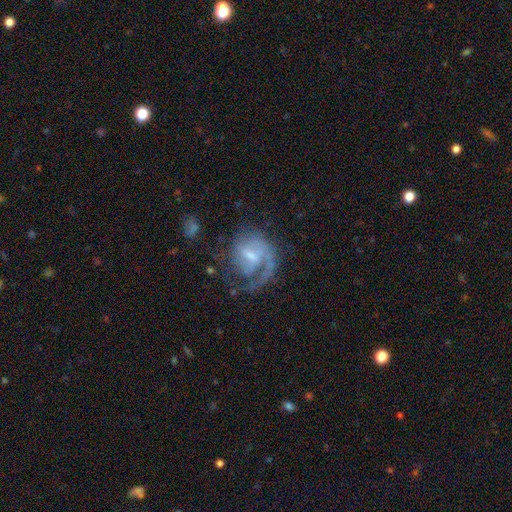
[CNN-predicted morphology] A featured or disk galaxy (80%) with a weak bar (52%), 1 (45%) tight (43%) spiral arms (93%) and a small central bulge (56%).

Vote fractions:
- Smooth or featured? featured or disk: 80% / smooth: 10% / star or artifact: 9%
- Edge-on disk? no: 97% / yes: 3%
- Bar? weak: 52% / no: 32% / strong: 16%
- Spiral arms? yes: 93% / no: 7%
- Spiral winding? tight: 43% / medium: 40% / loose: 17%
- Spiral arm count? 1: 45% / 2: 31% / can't tell: 14% / 3: 6% / 4: 2% / more than 4: 2%
- Bulge size? small: 56% / moderate: 31% / none: 9% / large: 3% / dominant: 1%
- Merging? none: 58% / major disturbance: 21% / minor disturbance: 18% / merger: 3%